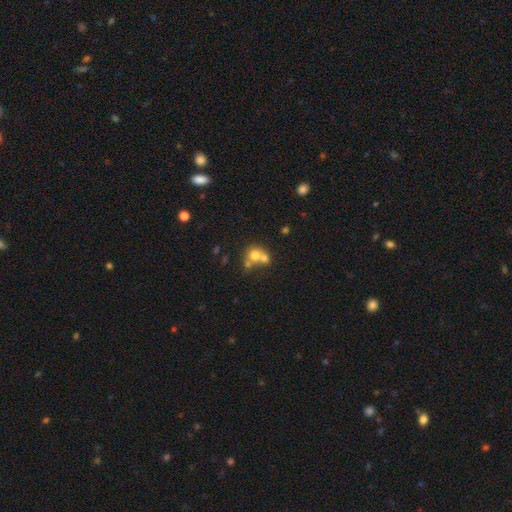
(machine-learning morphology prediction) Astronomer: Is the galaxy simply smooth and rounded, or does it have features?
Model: smooth — 68%.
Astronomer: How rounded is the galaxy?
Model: round — 79%.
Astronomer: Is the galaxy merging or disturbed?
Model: merger — 58%.